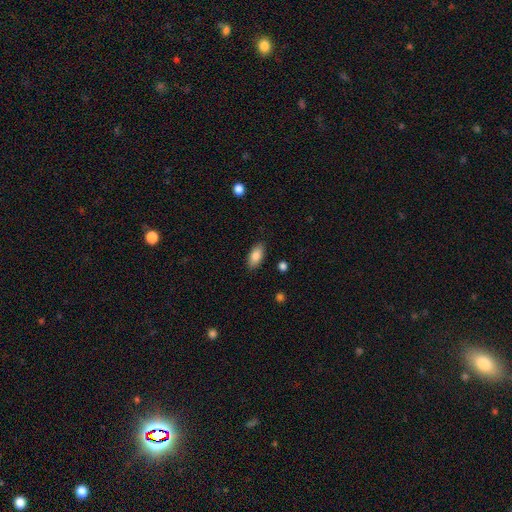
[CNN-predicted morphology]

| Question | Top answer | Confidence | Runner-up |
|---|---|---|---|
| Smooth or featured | smooth | 86% | star or artifact (7%) |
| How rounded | in between | 89% | cigar-shaped (8%) |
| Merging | none | 87% | minor disturbance (10%) |